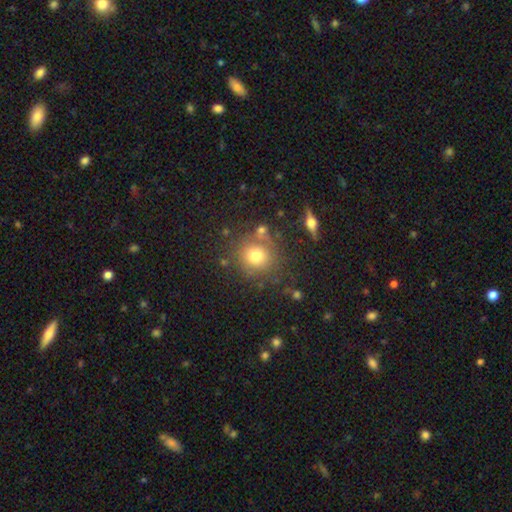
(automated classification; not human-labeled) Morphology: type=smooth (74%); roundness=round (89%); merging=none (78%).